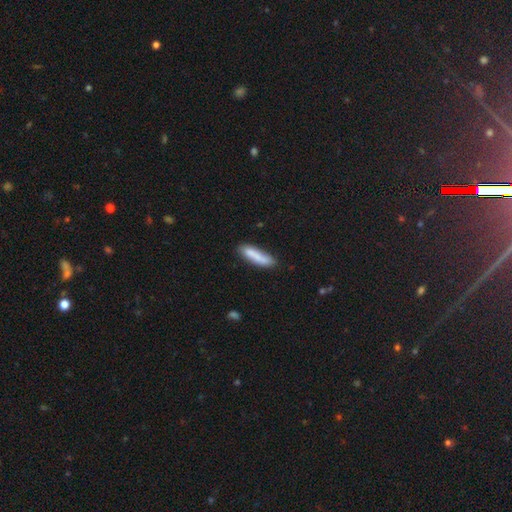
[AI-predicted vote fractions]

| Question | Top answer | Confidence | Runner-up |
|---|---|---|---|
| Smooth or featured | smooth | 76% | featured or disk (17%) |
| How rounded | cigar-shaped | 70% | in between (29%) |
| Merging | none | 65% | minor disturbance (20%) |